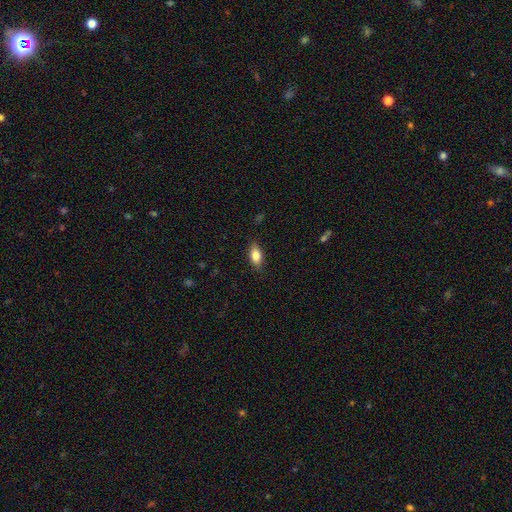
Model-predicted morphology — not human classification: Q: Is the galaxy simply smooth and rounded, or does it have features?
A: smooth — 81%.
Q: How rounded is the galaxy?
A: in between — 86%.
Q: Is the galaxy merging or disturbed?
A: none — 85%.